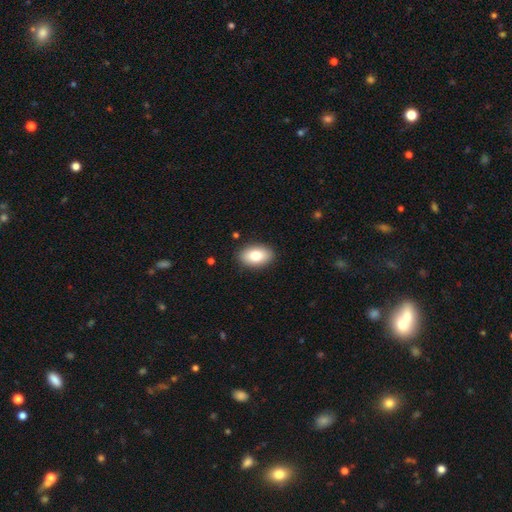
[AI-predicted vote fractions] Smooth or featured: smooth — 79% (featured or disk — 14%)
How rounded: in between — 90% (round — 8%)
Merging: none — 88% (minor disturbance — 9%)